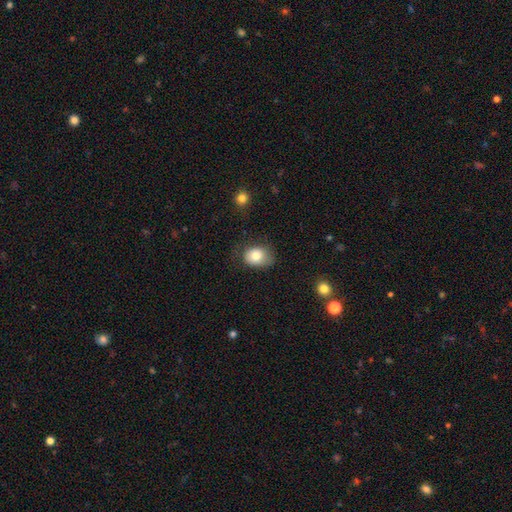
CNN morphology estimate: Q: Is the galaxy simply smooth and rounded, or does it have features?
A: smooth — 80%.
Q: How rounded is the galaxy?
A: in between — 61%.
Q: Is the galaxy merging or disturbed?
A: none — 54%.